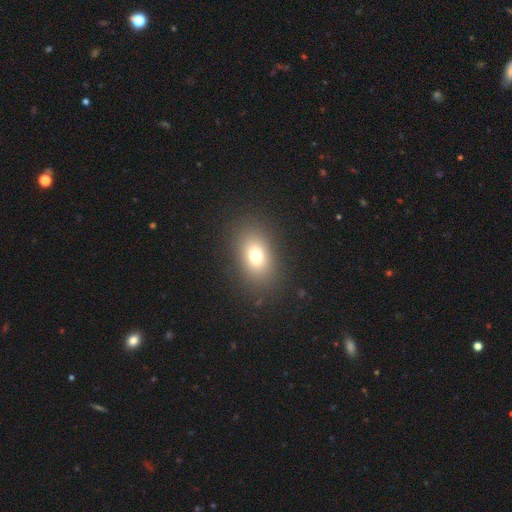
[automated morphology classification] A smooth galaxy with no disk features (73%) that is in between round and cigar-shaped (73%).

Vote fractions:
- Smooth or featured? smooth: 73% / star or artifact: 15% / featured or disk: 13%
- How rounded? in between: 73% / round: 25% / cigar-shaped: 2%
- Merging? none: 86% / minor disturbance: 8% / major disturbance: 5% / merger: 1%